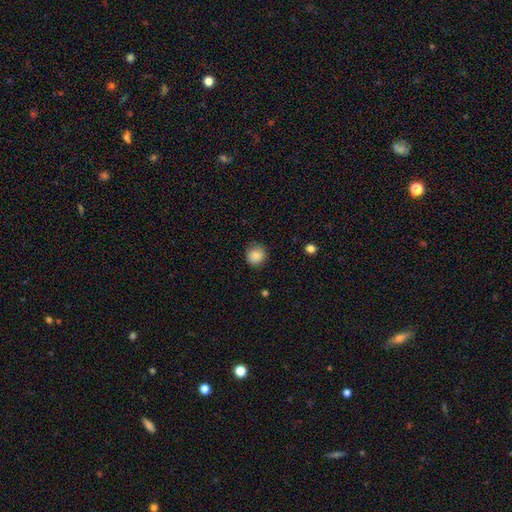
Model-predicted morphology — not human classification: type=smooth (86%); roundness=round (91%); merging=none (85%).